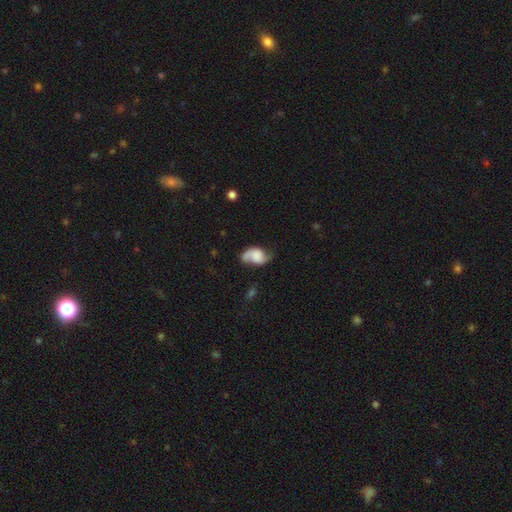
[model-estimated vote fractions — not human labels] This appears to be a featured or disk galaxy (66%) with no bar (62%), 2 (84%) loose (53%) spiral arms (92%) and no central bulge (38%). Merging: none (57%).